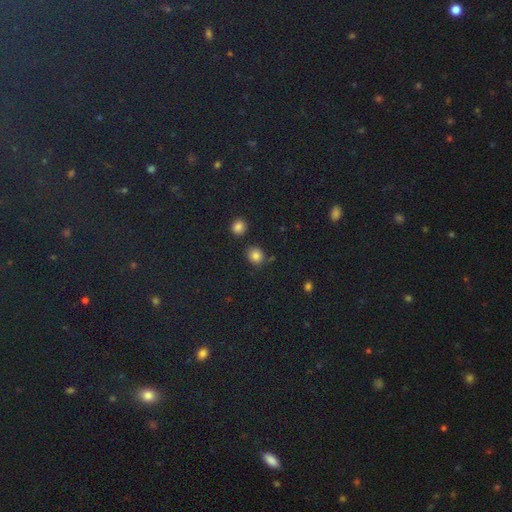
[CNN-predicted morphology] Smooth or featured?
  - smooth: 82% *
  - star or artifact: 13%
  - featured or disk: 5%
How rounded?
  - round: 74% *
  - in between: 25%
  - cigar-shaped: 1%
Merging?
  - none: 80% *
  - minor disturbance: 11%
  - merger: 6%
  - major disturbance: 3%